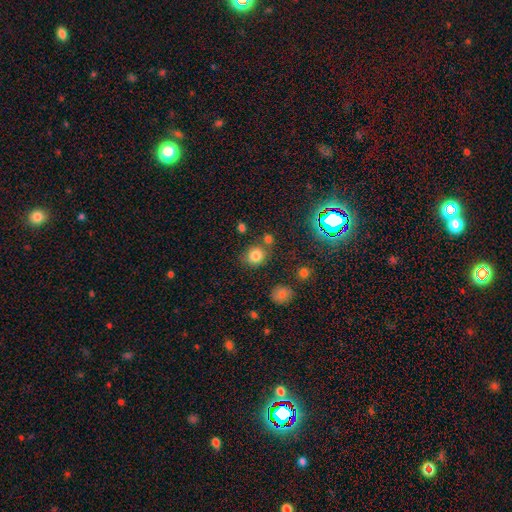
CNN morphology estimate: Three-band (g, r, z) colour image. It shows a smooth galaxy with no disk features (79%) that is round (74%). Merging: none (71%).